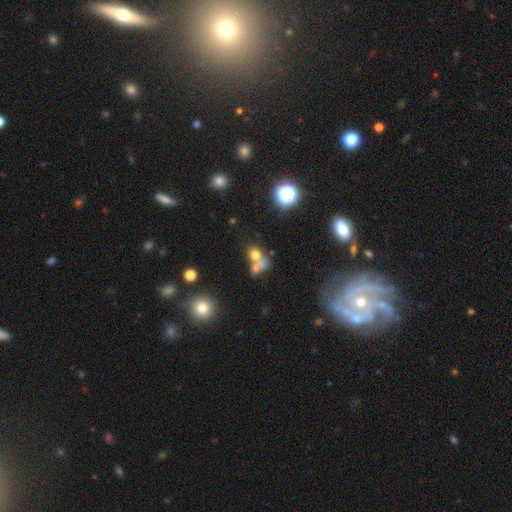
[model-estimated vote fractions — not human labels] A smooth galaxy with no disk features (67%) that is round (60%). Merging: merger (51%).